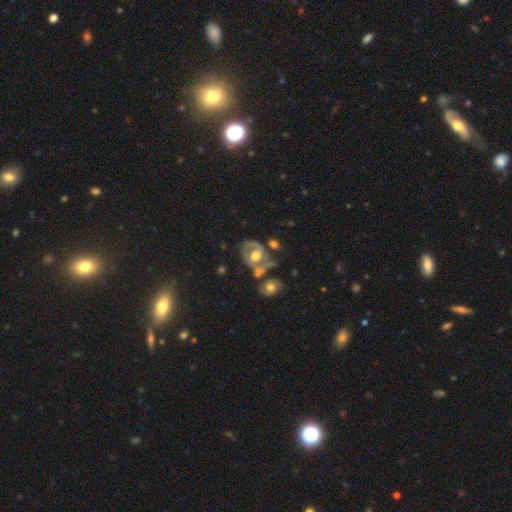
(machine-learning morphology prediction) type=featured or disk (69%); edge-on=no (96%); bar=no (60%); spiral arms=yes (54%); bulge=moderate (65%); merging=none (39%).